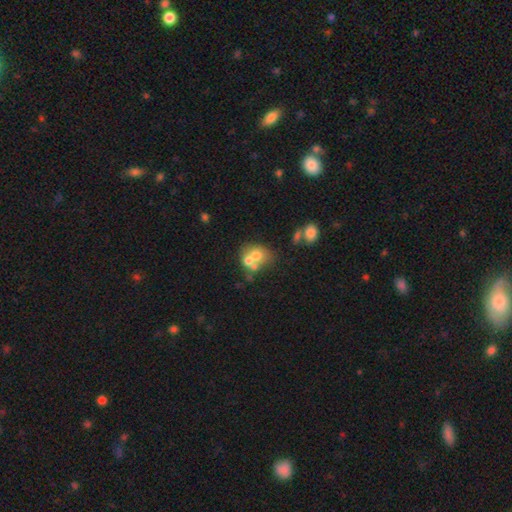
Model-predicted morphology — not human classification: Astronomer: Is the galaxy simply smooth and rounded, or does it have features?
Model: smooth — 58%.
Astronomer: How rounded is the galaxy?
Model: round — 63%.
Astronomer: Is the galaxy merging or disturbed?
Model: merger — 56%.